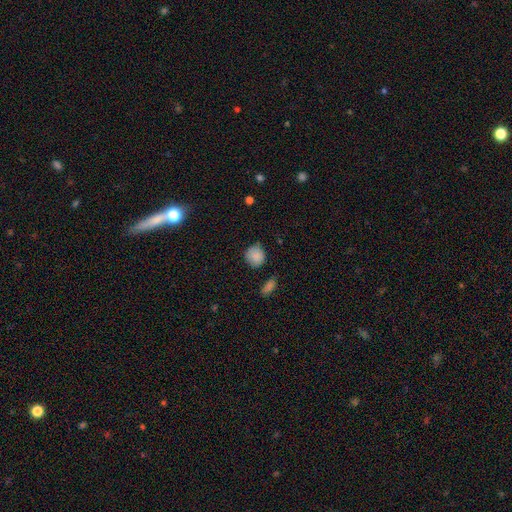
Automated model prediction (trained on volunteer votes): Morphology: type=smooth (86%); roundness=round (85%); merging=none (73%).